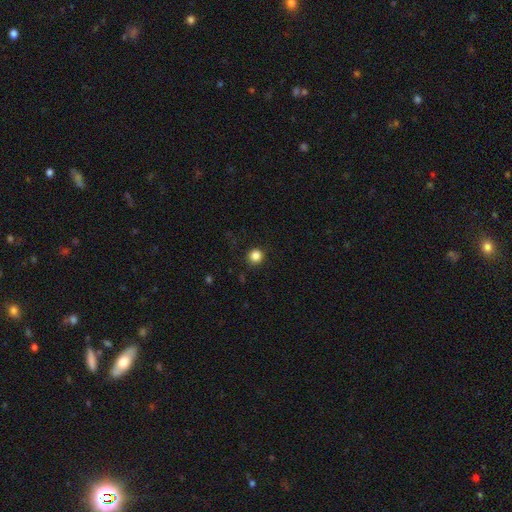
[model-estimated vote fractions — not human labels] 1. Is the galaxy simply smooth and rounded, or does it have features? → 85% smooth, 11% star or artifact, 4% featured or disk.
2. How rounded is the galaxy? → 94% round, 6% in between, 1% cigar-shaped.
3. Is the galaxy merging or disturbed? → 90% none, 7% minor disturbance, 2% major disturbance, 1% merger.